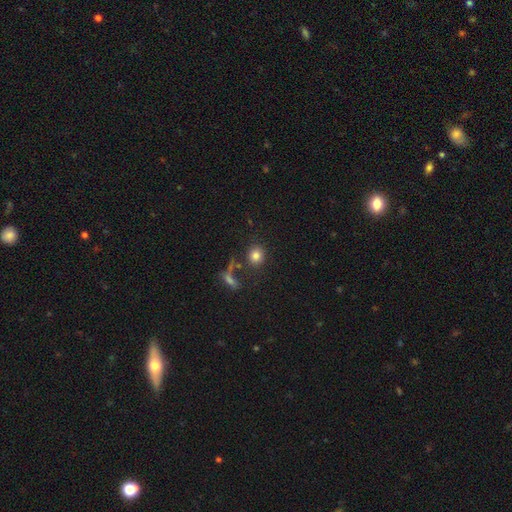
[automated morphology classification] A smooth galaxy with no disk features (81%) that is round (79%).

Vote fractions:
- Smooth or featured? smooth: 81% / star or artifact: 11% / featured or disk: 7%
- How rounded? round: 79% / in between: 20% / cigar-shaped: 2%
- Merging? none: 77% / minor disturbance: 10% / merger: 9% / major disturbance: 5%